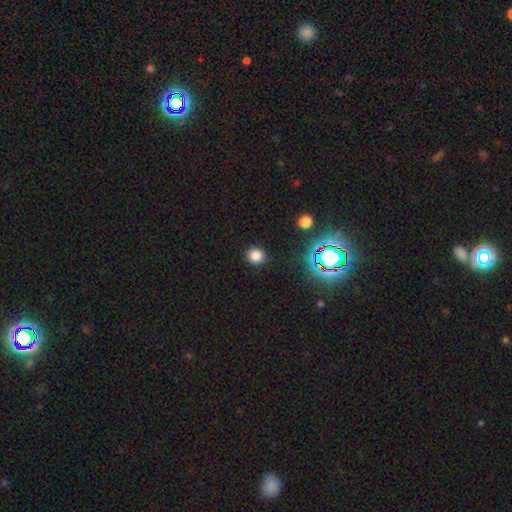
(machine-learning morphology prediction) smooth-or-featured: smooth: 79% | star or artifact: 16% | featured or disk: 4%
  how-rounded: round: 89% | in between: 10% | cigar-shaped: 1%
  merging: none: 89% | minor disturbance: 7% | major disturbance: 2% | merger: 1%